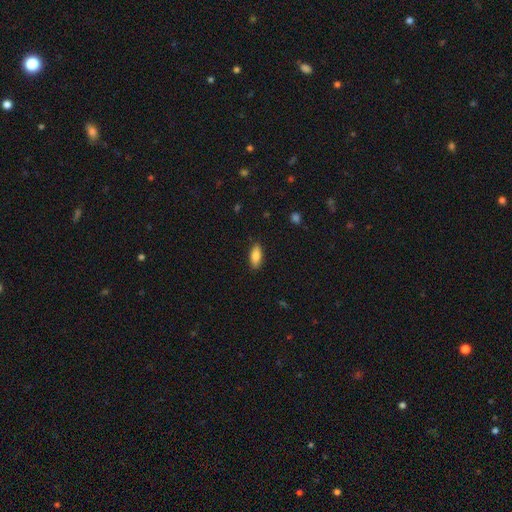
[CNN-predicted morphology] A smooth galaxy with no disk features (83%) that is in between round and cigar-shaped (82%).

Vote fractions:
- Smooth or featured? smooth: 83% / featured or disk: 11% / star or artifact: 7%
- How rounded? in between: 82% / cigar-shaped: 16% / round: 2%
- Merging? none: 86% / minor disturbance: 11% / major disturbance: 2% / merger: 1%